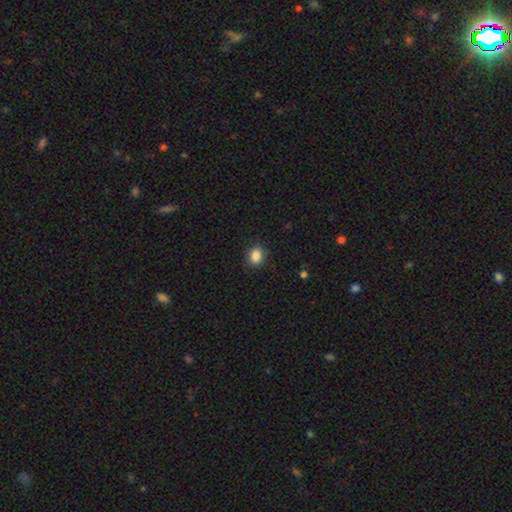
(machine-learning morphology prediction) type=smooth (87%); roundness=round (53%); merging=none (87%).